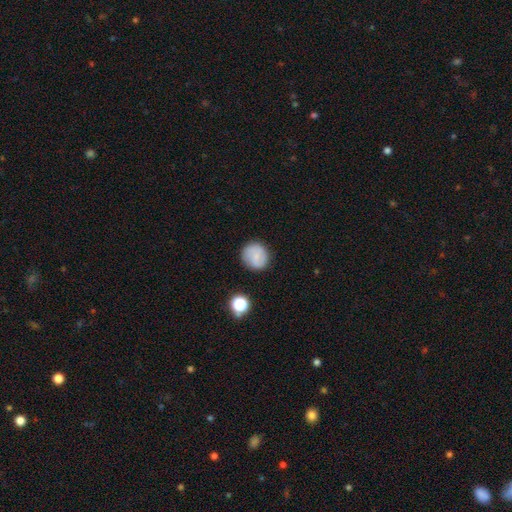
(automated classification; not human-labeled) smooth-or-featured: smooth: 65% | featured or disk: 26% | star or artifact: 9%
  how-rounded: round: 90% | in between: 9% | cigar-shaped: 1%
  merging: none: 86% | minor disturbance: 10% | major disturbance: 3% | merger: 2%